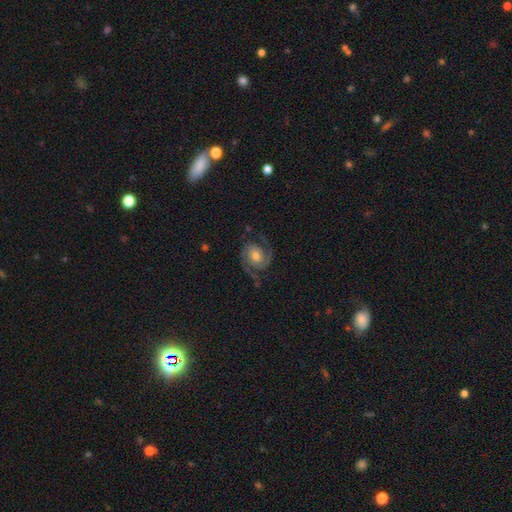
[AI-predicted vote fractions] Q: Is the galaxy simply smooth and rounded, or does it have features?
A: featured or disk — 89%.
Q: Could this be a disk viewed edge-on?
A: no — 98%.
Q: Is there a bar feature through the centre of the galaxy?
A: no — 70%.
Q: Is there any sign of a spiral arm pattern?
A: yes — 98%.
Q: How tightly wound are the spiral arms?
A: medium — 50%.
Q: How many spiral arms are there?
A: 2 — 92%.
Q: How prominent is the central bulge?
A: moderate — 63%.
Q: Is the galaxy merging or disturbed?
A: none — 78%.